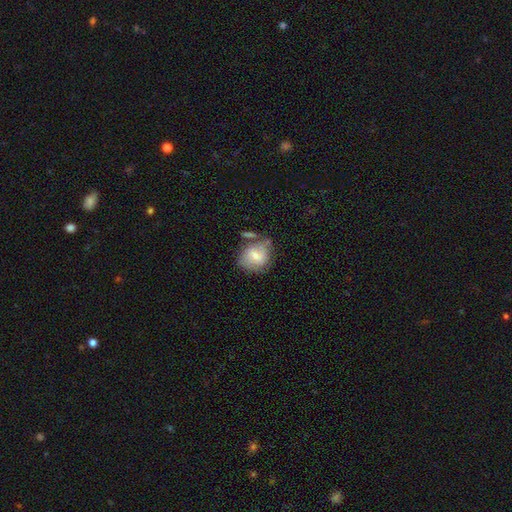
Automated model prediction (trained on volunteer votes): A smooth galaxy with no disk features (59%) that is round (64%).

Vote fractions:
- Smooth or featured? smooth: 59% / featured or disk: 33% / star or artifact: 8%
- How rounded? round: 64% / in between: 35% / cigar-shaped: 1%
- Merging? none: 49% / minor disturbance: 25% / merger: 16% / major disturbance: 11%